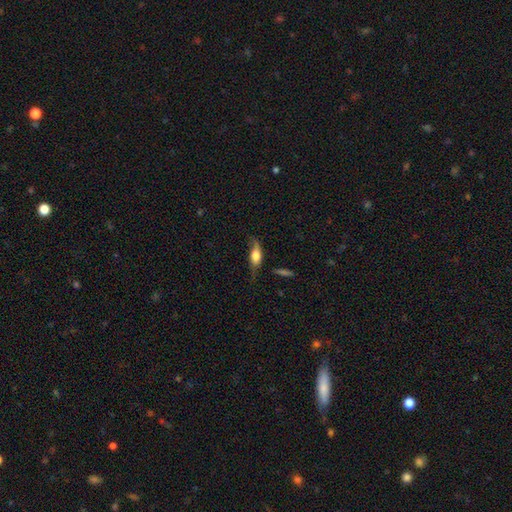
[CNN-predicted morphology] A smooth galaxy with no disk features (55%) that is in between round and cigar-shaped (73%).

Vote fractions:
- Smooth or featured? smooth: 55% / featured or disk: 38% / star or artifact: 7%
- How rounded? in between: 73% / cigar-shaped: 22% / round: 6%
- Merging? none: 43% / minor disturbance: 32% / major disturbance: 21% / merger: 4%